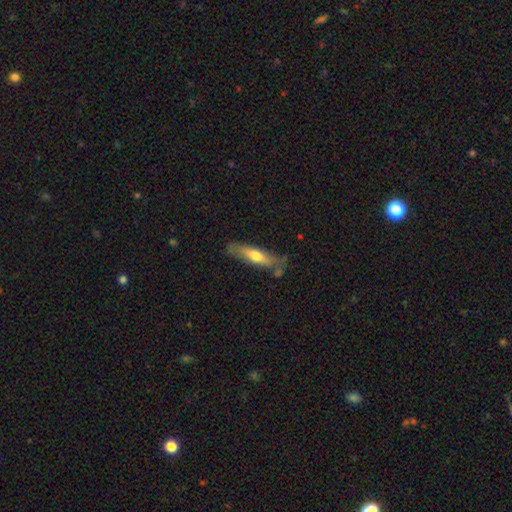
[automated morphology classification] Overall: smooth (57%; featured or disk 37%). How rounded: cigar-shaped (73%). Merging: none (72%).